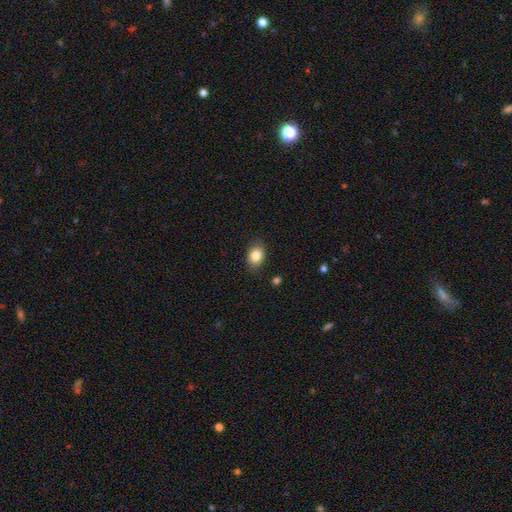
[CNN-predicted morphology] Overall: smooth (84%). How rounded: in between (72%). Merging: none (85%).